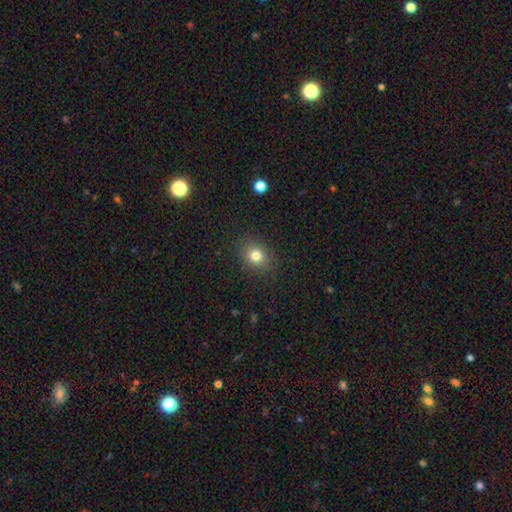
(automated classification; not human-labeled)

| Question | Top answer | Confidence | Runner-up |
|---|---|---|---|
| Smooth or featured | smooth | 79% | star or artifact (13%) |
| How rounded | round | 62% | in between (37%) |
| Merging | none | 87% | minor disturbance (9%) |